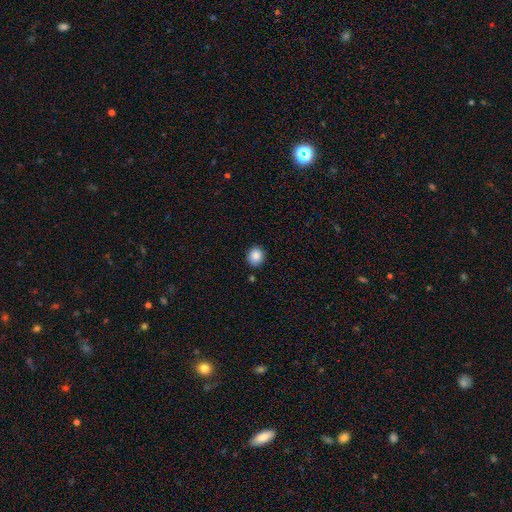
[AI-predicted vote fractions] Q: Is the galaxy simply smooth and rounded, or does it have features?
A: smooth — 88%.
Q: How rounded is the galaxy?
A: round — 80%.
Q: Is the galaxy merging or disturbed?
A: none — 88%.